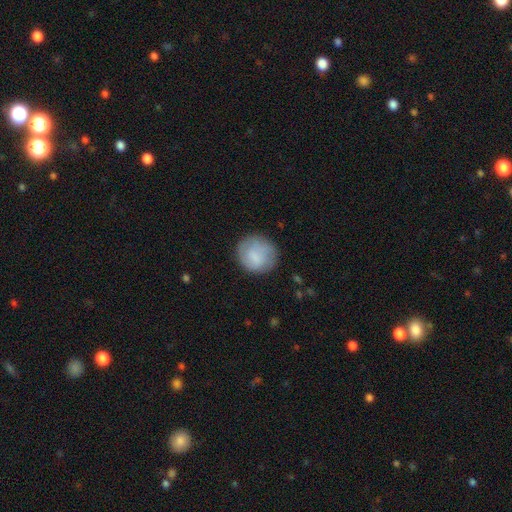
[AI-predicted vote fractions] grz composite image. It shows a smooth galaxy with no disk features (78%) that is round (87%). Merging: none (78%).